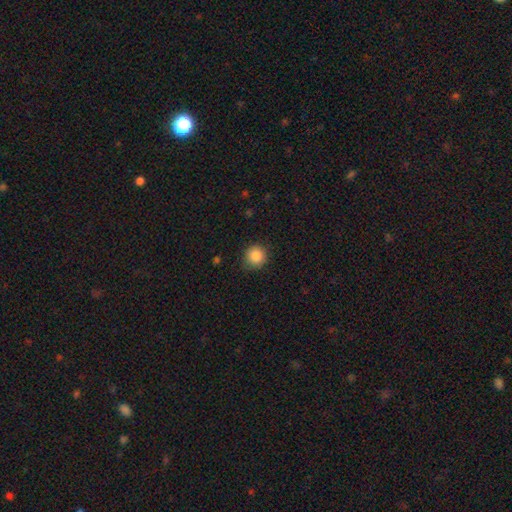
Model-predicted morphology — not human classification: This is clearly a smooth galaxy (87%). How rounded: clearly round (93%). Merging: clearly none (87%).